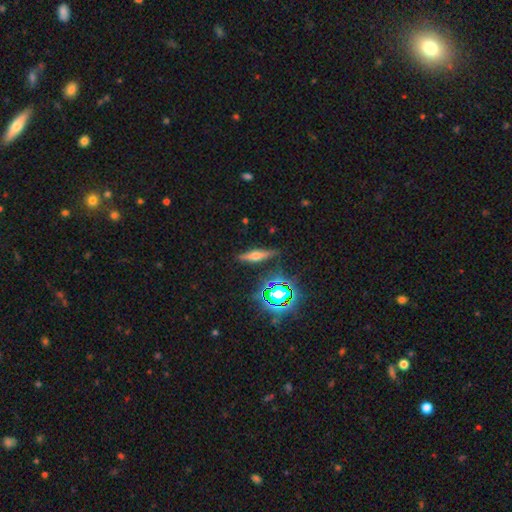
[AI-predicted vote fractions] Overall: smooth (42%; featured or disk 39%). Merging: none (83%).